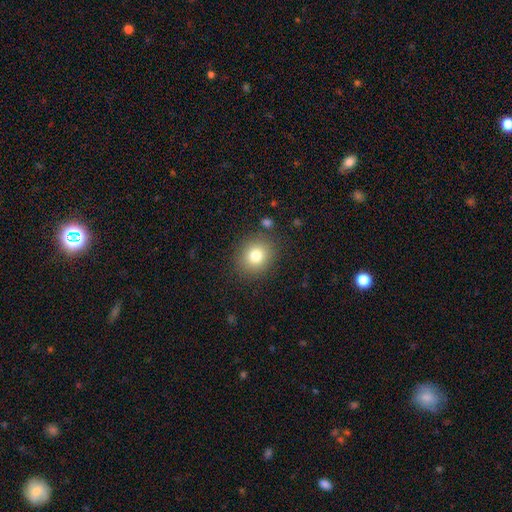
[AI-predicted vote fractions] A smooth galaxy with no disk features (80%) that is round (77%).

Vote fractions:
- Smooth or featured? smooth: 80% / star or artifact: 11% / featured or disk: 9%
- How rounded? round: 77% / in between: 22% / cigar-shaped: 1%
- Merging? none: 86% / minor disturbance: 8% / major disturbance: 3% / merger: 2%